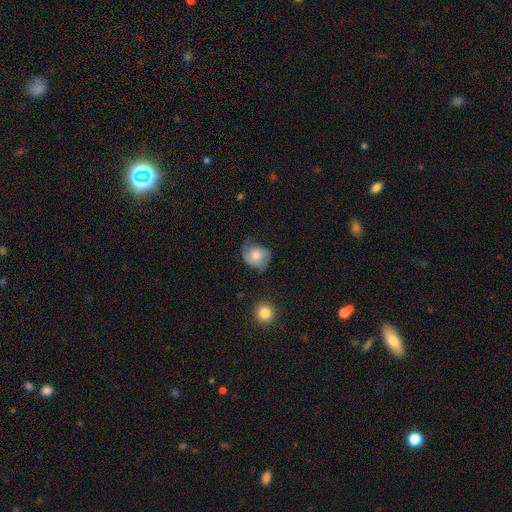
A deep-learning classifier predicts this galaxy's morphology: smooth-or-featured: smooth: 47% | featured or disk: 45% | star or artifact: 8%
  merging: none: 47% | minor disturbance: 32% | major disturbance: 19% | merger: 2%